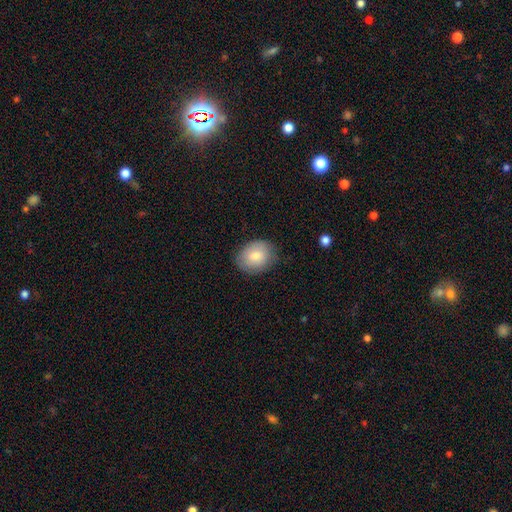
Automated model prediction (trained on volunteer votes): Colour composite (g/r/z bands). It shows a smooth galaxy with no disk features (79%) that is in between round and cigar-shaped (55%). Merging: none (78%).